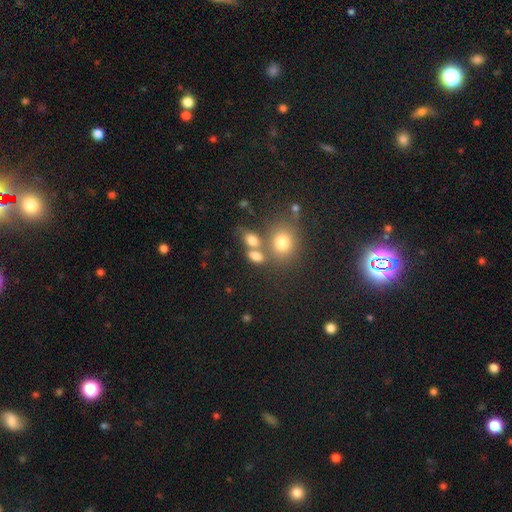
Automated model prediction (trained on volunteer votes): A smooth galaxy with no disk features (75%) that is in between round and cigar-shaped (69%). Merging: none (45%).